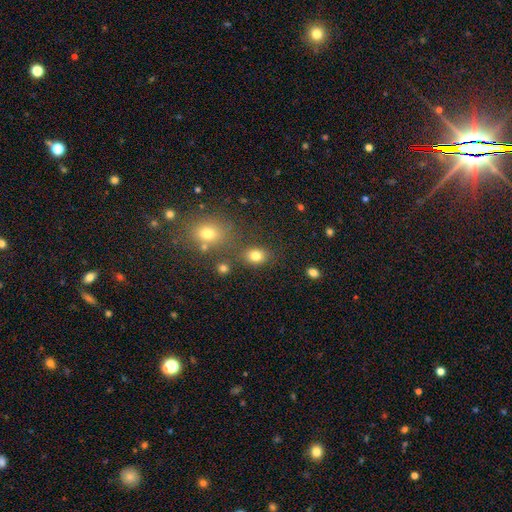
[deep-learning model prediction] smooth-or-featured: smooth: 80% | star or artifact: 13% | featured or disk: 7%
  how-rounded: in between: 51% | round: 48% | cigar-shaped: 1%
  merging: none: 74% | minor disturbance: 12% | merger: 9% | major disturbance: 5%